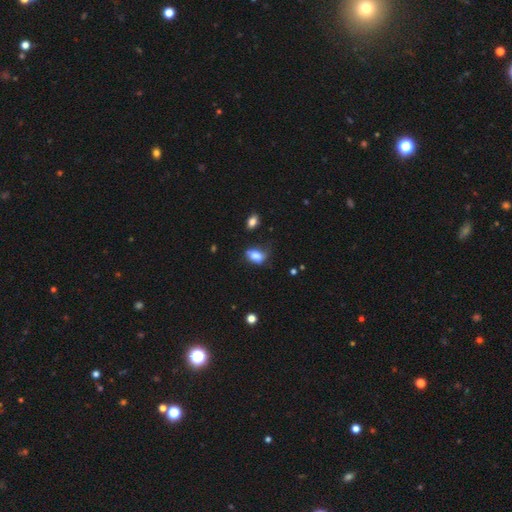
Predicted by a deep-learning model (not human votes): The model was most divided on "merging": none: 46%, minor disturbance: 33%, major disturbance: 14%, merger: 7%. More confident: how rounded — in between (84%); smooth or featured — smooth (79%).